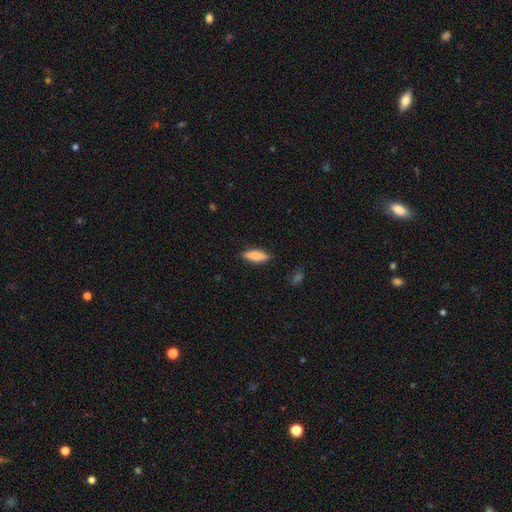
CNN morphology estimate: This appears to be a smooth galaxy with no disk features (77%) that is in between round and cigar-shaped (49%, tied with cigar-shaped). Merging: none (86%).